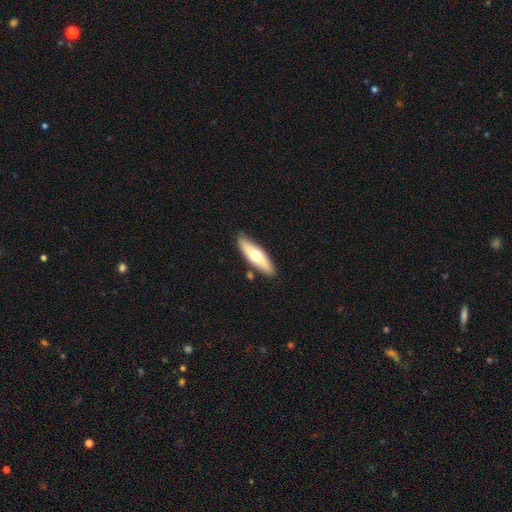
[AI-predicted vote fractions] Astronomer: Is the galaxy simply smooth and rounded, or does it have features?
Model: smooth — 58% (runner-up: featured or disk, 36%).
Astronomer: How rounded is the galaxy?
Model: cigar-shaped — 54% (runner-up: in between, 44%).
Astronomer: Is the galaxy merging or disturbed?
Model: none — 83%.